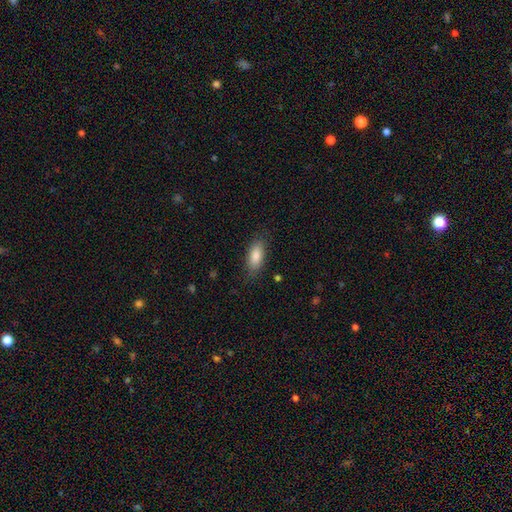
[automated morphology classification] Q: Smooth or featured?
A: smooth (85%); runner-up: featured or disk (8%)
Q: How rounded?
A: in between (82%); runner-up: cigar-shaped (15%)
Q: Merging?
A: none (82%); runner-up: minor disturbance (13%)